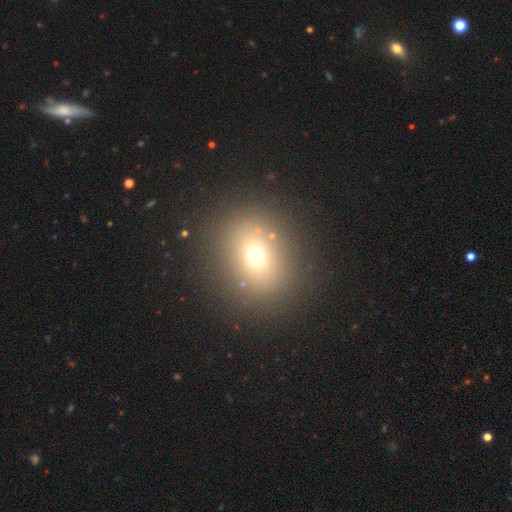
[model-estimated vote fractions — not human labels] Smooth or featured?
  - smooth: 67% *
  - star or artifact: 21%
  - featured or disk: 13%
How rounded?
  - round: 64% *
  - in between: 35%
  - cigar-shaped: 1%
Merging?
  - none: 84% *
  - minor disturbance: 8%
  - major disturbance: 5%
  - merger: 4%